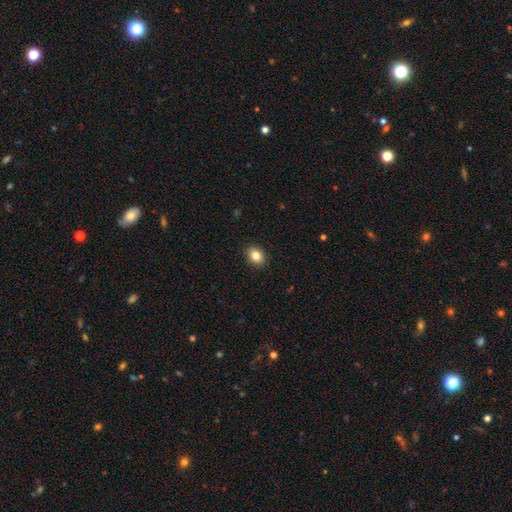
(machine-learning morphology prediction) Smooth or featured? Predicted: smooth (p=0.84). How rounded? Predicted: in between (p=0.58). Merging? Predicted: none (p=0.90).